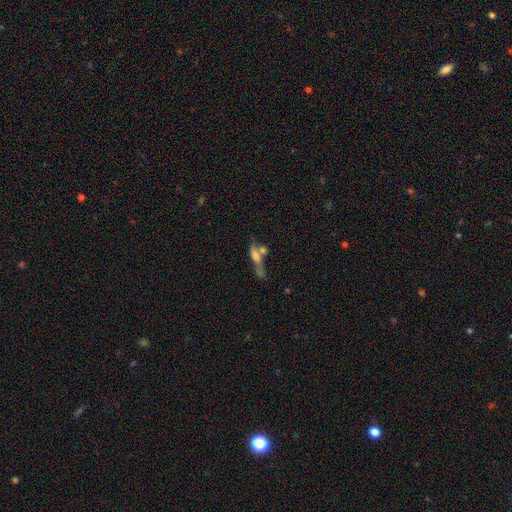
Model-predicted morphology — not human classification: This appears to be a featured or disk galaxy (47%). Merging: none (39%).